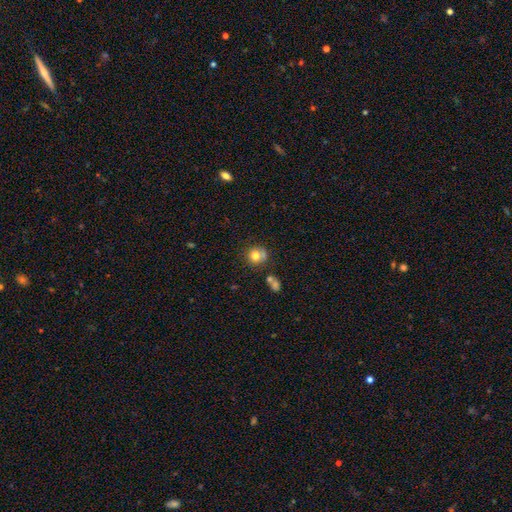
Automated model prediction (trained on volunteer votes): Smooth or featured: smooth — 76% (featured or disk — 13%)
How rounded: round — 87% (in between — 12%)
Merging: none — 62% (minor disturbance — 17%)